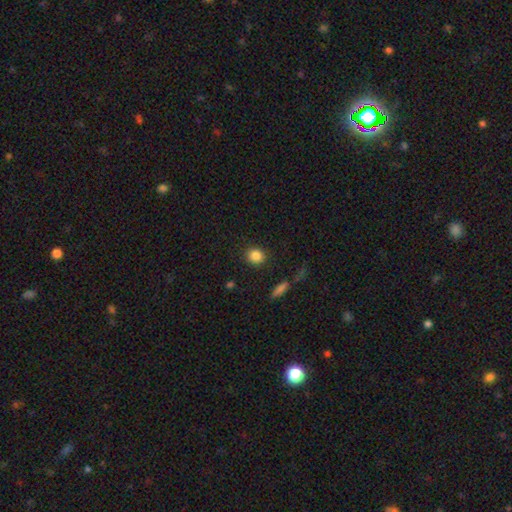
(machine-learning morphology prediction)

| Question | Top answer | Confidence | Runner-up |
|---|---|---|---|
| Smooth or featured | smooth | 84% | star or artifact (10%) |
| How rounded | round | 80% | in between (19%) |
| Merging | none | 89% | minor disturbance (7%) |